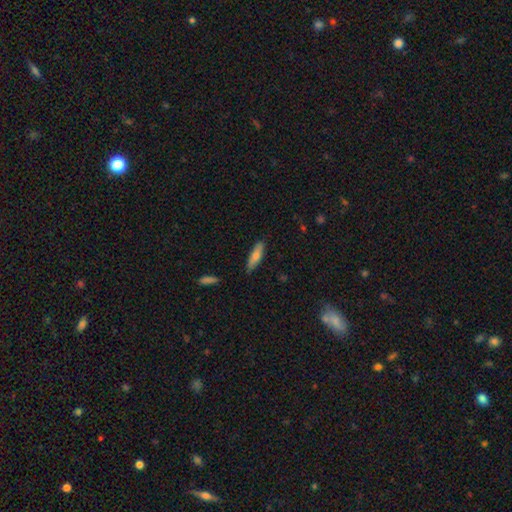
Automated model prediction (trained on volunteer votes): The model was most divided on "how rounded": cigar-shaped: 69%, in between: 29%, round: 2%. More confident: merging — none (84%); smooth or featured — smooth (68%).